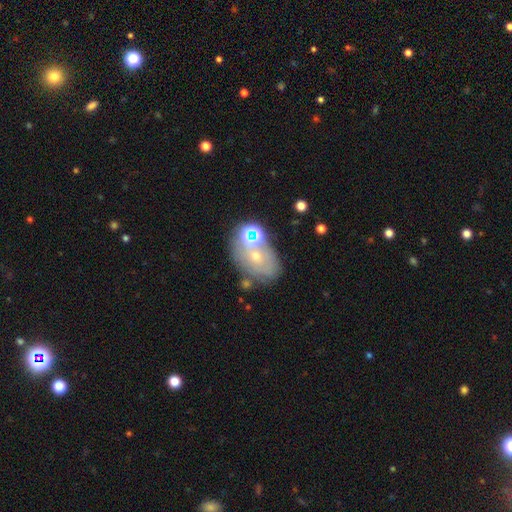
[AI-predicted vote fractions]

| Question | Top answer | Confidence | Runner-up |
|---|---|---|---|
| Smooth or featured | featured or disk | 43% | smooth (33%) |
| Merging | none | 53% | minor disturbance (19%) |